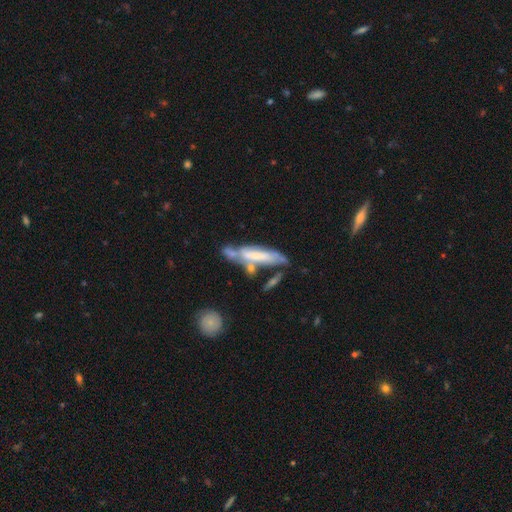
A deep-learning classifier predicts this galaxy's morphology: The model was most divided on "edge-on disk": no: 52%, yes: 48%. Remaining: smooth or featured — featured or disk (55%); merging — none (41%).